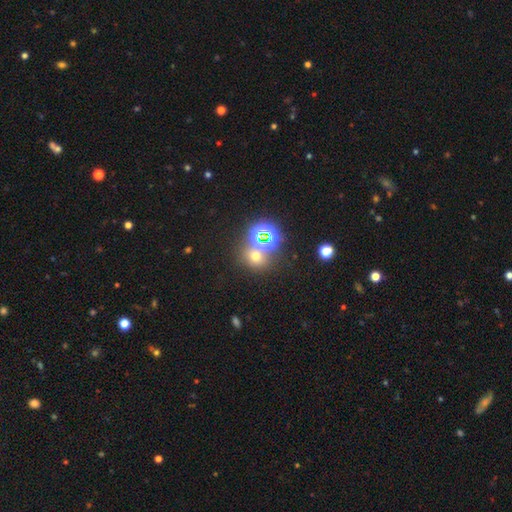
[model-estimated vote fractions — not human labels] Smooth or featured?
  - smooth: 54% *
  - star or artifact: 37%
  - featured or disk: 9%
How rounded?
  - round: 78% *
  - in between: 21%
  - cigar-shaped: 1%
Merging?
  - none: 66% *
  - merger: 21%
  - minor disturbance: 9%
  - major disturbance: 4%